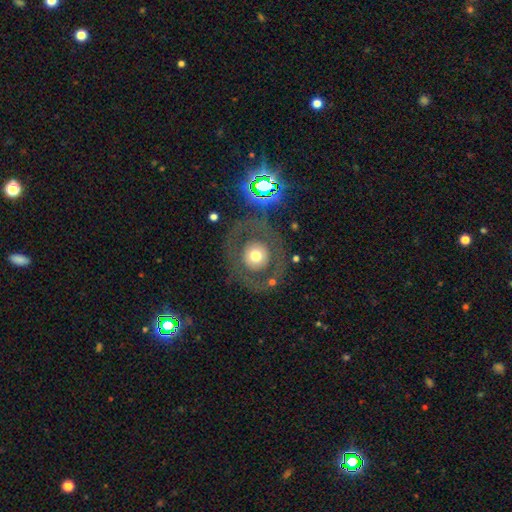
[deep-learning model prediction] A smooth galaxy with no disk features (47%). Merging: none (76%).